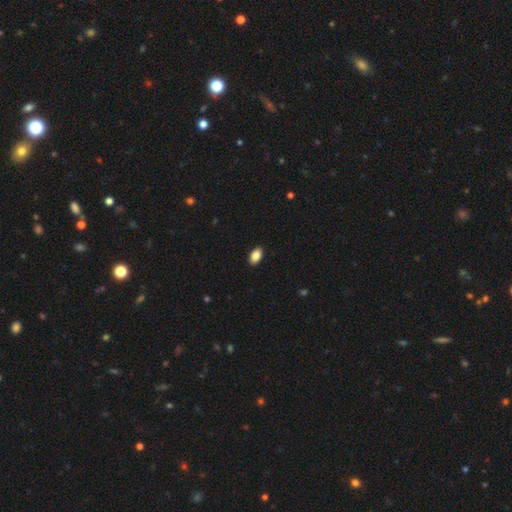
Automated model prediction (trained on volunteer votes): smooth 87%, star or artifact 8%, featured or disk 5%. Down the decision tree: how rounded — in between (91%); merging — none (91%).